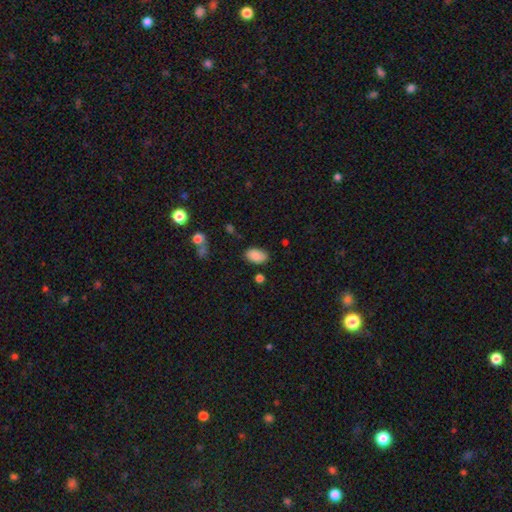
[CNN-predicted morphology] type=smooth (87%); roundness=in between (92%); merging=none (81%).